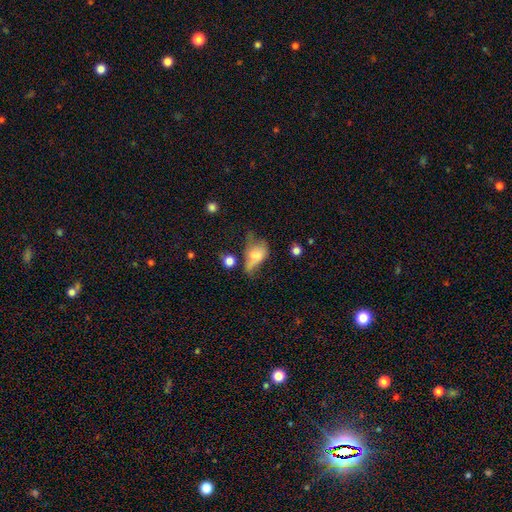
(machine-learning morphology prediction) A smooth galaxy with no disk features (57%) that is in between round and cigar-shaped (81%). Merging: major disturbance (38%).